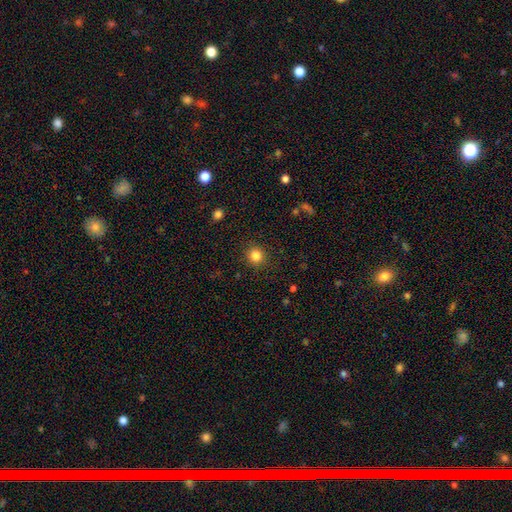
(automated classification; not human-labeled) This appears to be a smooth galaxy with no disk features (83%) that is round (89%). Merging: none (90%).